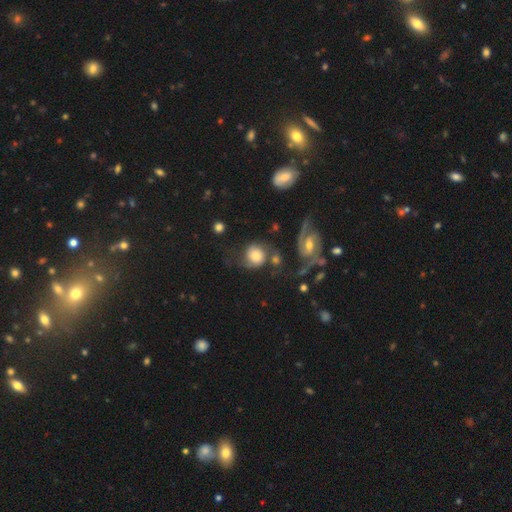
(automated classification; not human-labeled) Smooth or featured?
  - smooth: 47% *
  - featured or disk: 44%
  - star or artifact: 8%
Merging?
  - none: 44% *
  - merger: 22%
  - minor disturbance: 19%
  - major disturbance: 15%